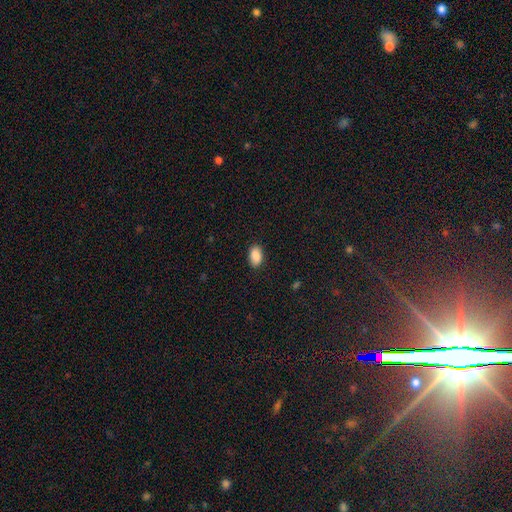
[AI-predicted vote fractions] The model was most divided on "merging": none: 87%, minor disturbance: 10%, major disturbance: 2%, merger: 1%. More confident: how rounded — in between (92%); smooth or featured — smooth (89%).